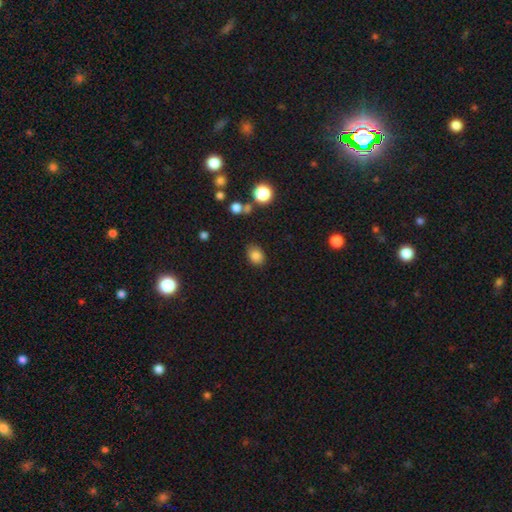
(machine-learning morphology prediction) Overall: smooth (82%). How rounded: in between (58%; round 41%). Merging: none (80%).